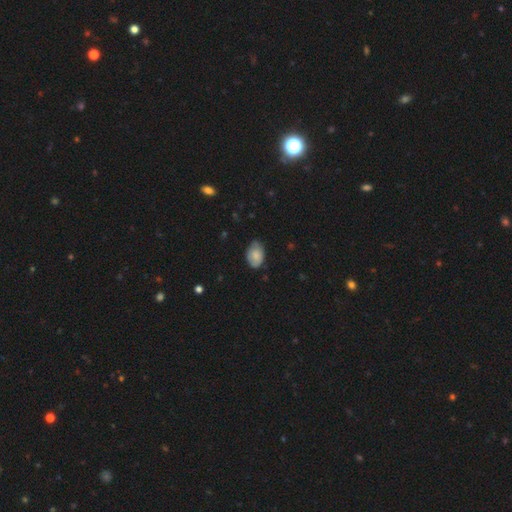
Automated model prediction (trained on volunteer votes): A smooth galaxy with no disk features (78%) that is in between round and cigar-shaped (87%).

Vote fractions:
- Smooth or featured? smooth: 78% / featured or disk: 15% / star or artifact: 7%
- How rounded? in between: 87% / round: 12% / cigar-shaped: 1%
- Merging? none: 65% / minor disturbance: 29% / major disturbance: 5% / merger: 1%